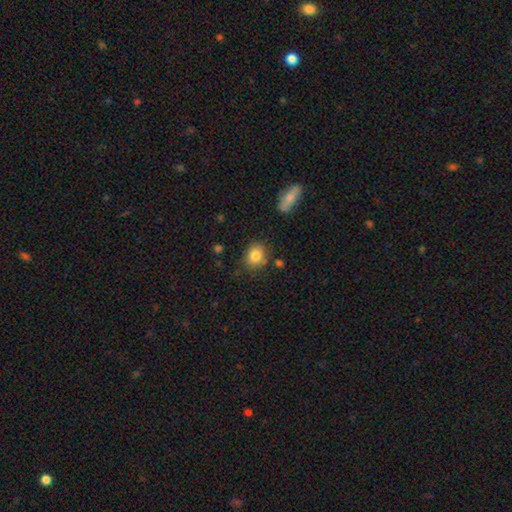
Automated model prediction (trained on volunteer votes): A smooth galaxy with no disk features (83%) that is round (64%).

Vote fractions:
- Smooth or featured? smooth: 83% / star or artifact: 9% / featured or disk: 8%
- How rounded? round: 64% / in between: 35% / cigar-shaped: 1%
- Merging? none: 75% / minor disturbance: 17% / merger: 4% / major disturbance: 4%